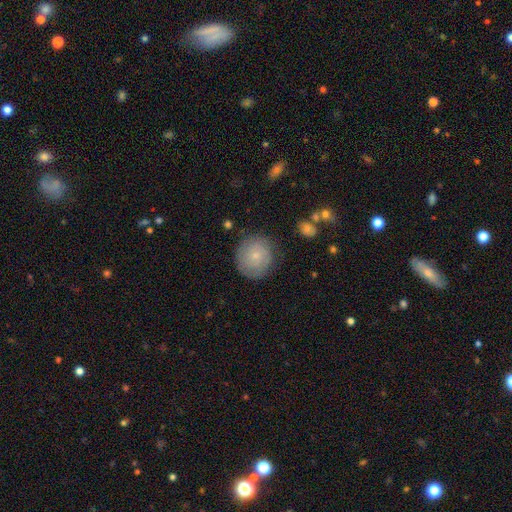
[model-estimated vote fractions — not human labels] Smooth or featured? Predicted: smooth (p=0.63). How rounded? Predicted: round (p=0.90). Merging? Predicted: none (p=0.80).